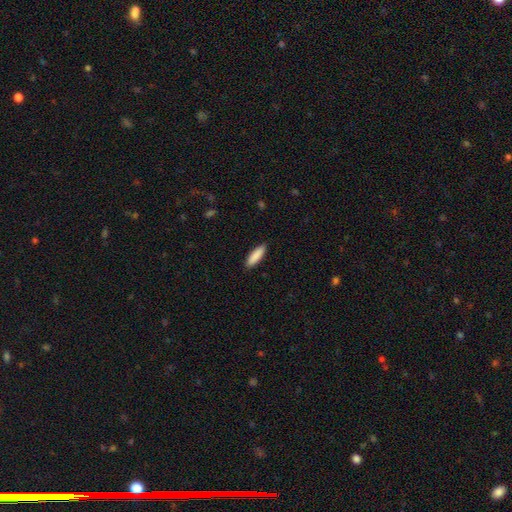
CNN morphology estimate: type=smooth (89%); roundness=cigar-shaped (59%); merging=none (90%).